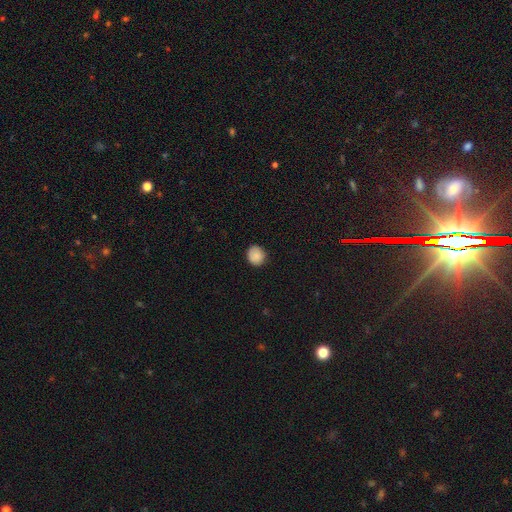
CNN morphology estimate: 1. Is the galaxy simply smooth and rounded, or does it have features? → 87% smooth, 8% star or artifact, 4% featured or disk.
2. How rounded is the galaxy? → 83% round, 17% in between, 1% cigar-shaped.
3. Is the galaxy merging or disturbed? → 86% none, 11% minor disturbance, 2% major disturbance, 1% merger.